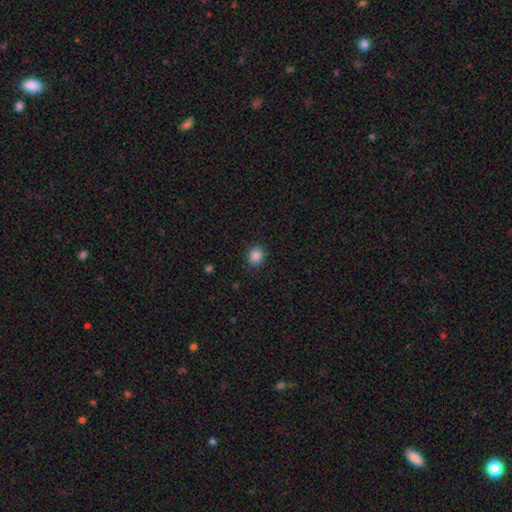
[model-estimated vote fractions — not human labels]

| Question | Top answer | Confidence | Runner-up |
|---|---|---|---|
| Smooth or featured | smooth | 85% | star or artifact (10%) |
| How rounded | round | 63% | in between (37%) |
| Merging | none | 87% | minor disturbance (9%) |